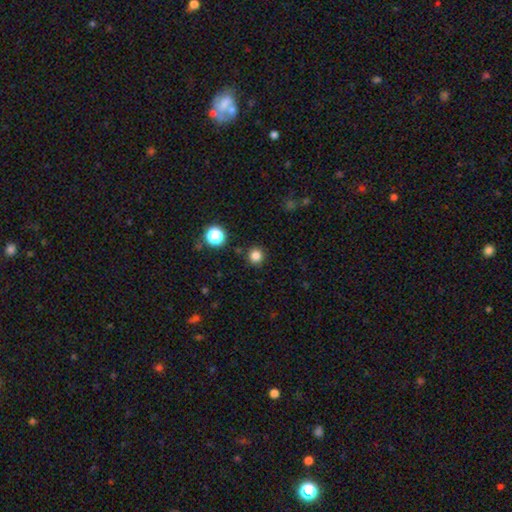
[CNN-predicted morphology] Smooth or featured?
  - smooth: 81% *
  - star or artifact: 14%
  - featured or disk: 5%
How rounded?
  - round: 93% *
  - in between: 6%
  - cigar-shaped: 1%
Merging?
  - none: 90% *
  - minor disturbance: 6%
  - major disturbance: 2%
  - merger: 2%